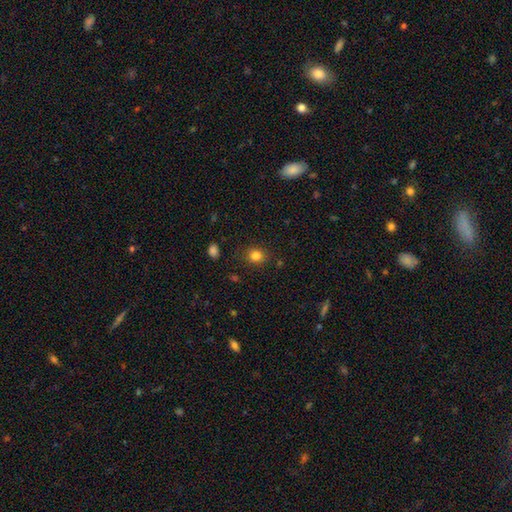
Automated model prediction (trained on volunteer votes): smooth-or-featured: smooth: 83% | star or artifact: 12% | featured or disk: 5%
  how-rounded: round: 66% | in between: 33% | cigar-shaped: 1%
  merging: none: 83% | minor disturbance: 11% | major disturbance: 3% | merger: 2%